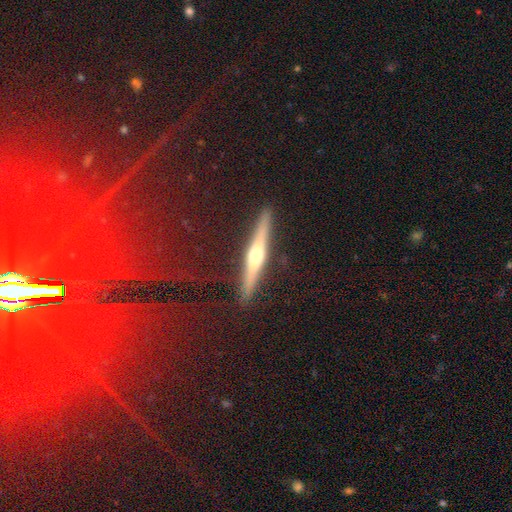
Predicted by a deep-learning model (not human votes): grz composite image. It shows a featured or disk galaxy (70%) viewed edge-on (97%) with a rounded central bulge (89%). Merging: none (90%).